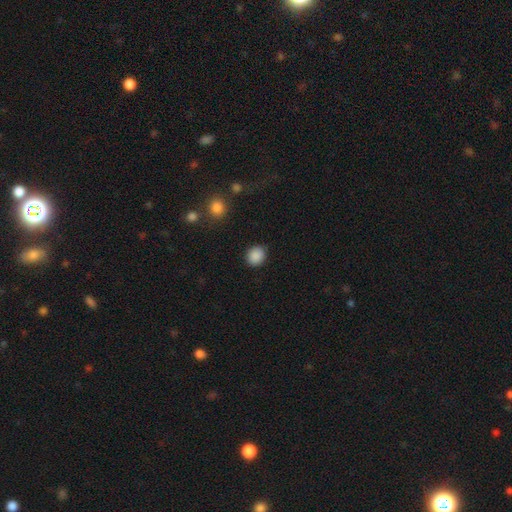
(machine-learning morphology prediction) Q: Smooth or featured?
A: smooth (88%); runner-up: star or artifact (9%)
Q: How rounded?
A: round (74%); runner-up: in between (25%)
Q: Merging?
A: none (88%); runner-up: minor disturbance (8%)